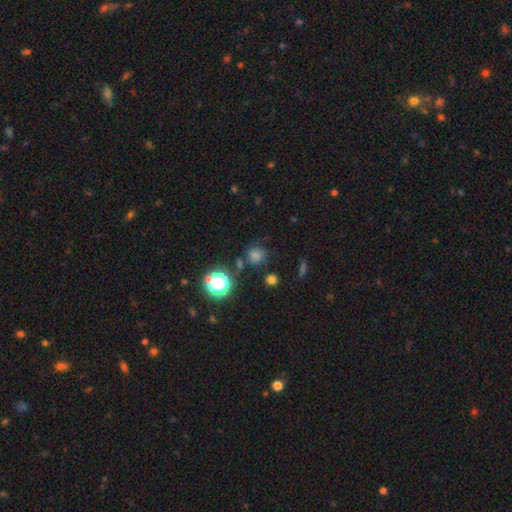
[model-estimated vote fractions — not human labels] smooth_or_featured: smooth (p=0.67) [alt: star or artifact p=0.26]
how_rounded: round (p=0.85) [alt: in between p=0.14]
merging: none (p=0.73) [alt: minor disturbance p=0.14]